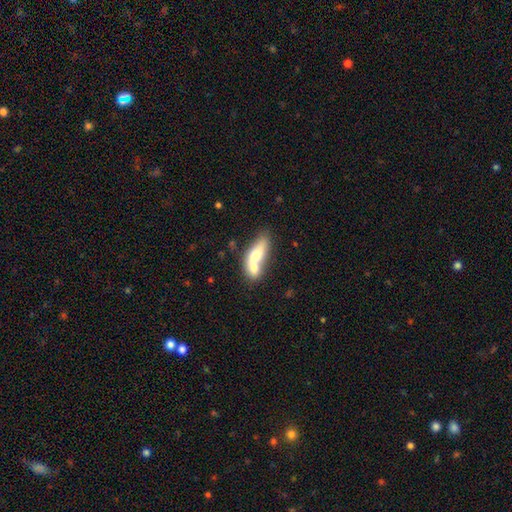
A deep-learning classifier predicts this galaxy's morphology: This appears to be a smooth galaxy with no disk features (62%) that is in between round and cigar-shaped (67%). Merging: merger (64%).